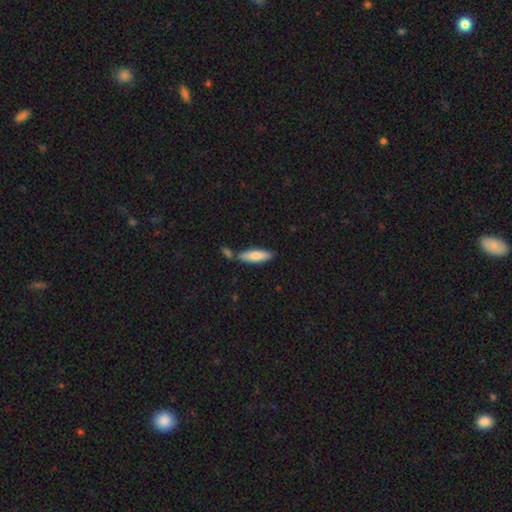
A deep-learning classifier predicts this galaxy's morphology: This is likely a smooth galaxy (78%). How rounded: possibly cigar-shaped (58%). Merging: likely none (71%).